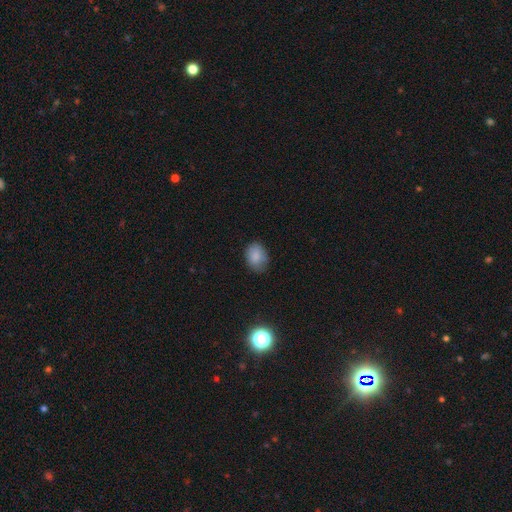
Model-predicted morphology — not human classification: A smooth galaxy with no disk features (85%) that is in between round and cigar-shaped (73%). Merging: none (74%).